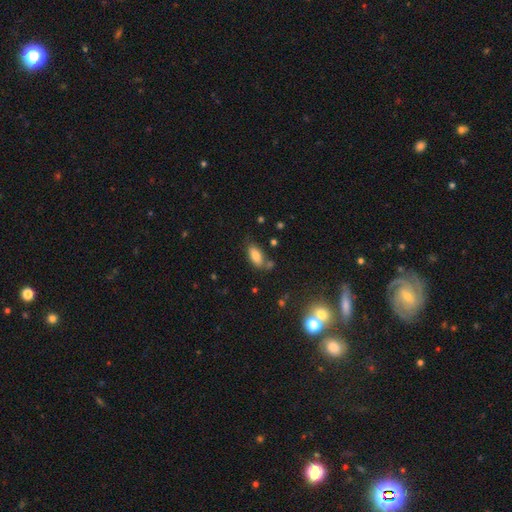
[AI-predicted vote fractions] Overall: smooth (80%). How rounded: in between (87%). Merging: none (67%).